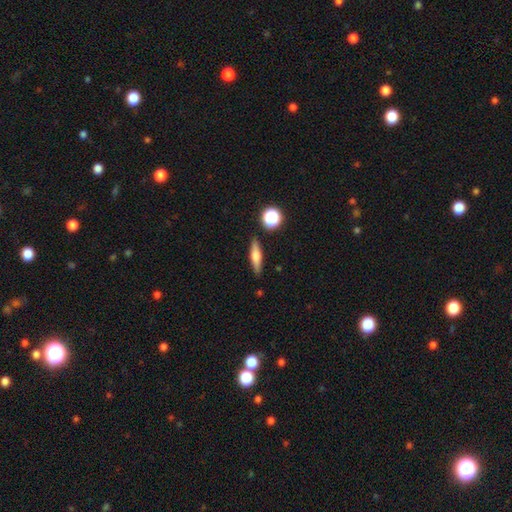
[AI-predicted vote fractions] This appears to be a smooth galaxy with no disk features (58%) that is cigar-shaped (69%). Merging: none (86%).